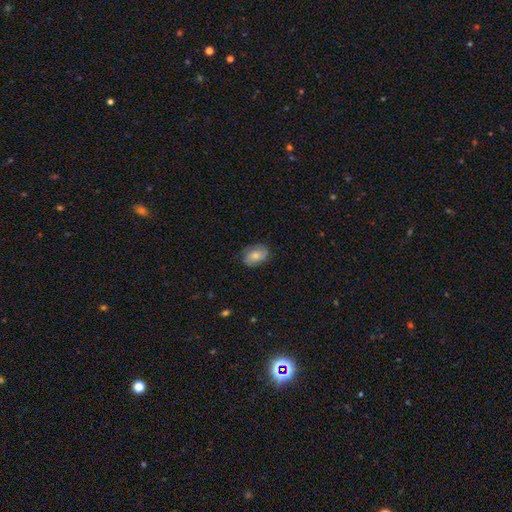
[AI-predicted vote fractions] Smooth or featured: smooth — 57% (featured or disk — 35%)
How rounded: in between — 78% (round — 20%)
Merging: none — 76% (minor disturbance — 18%)